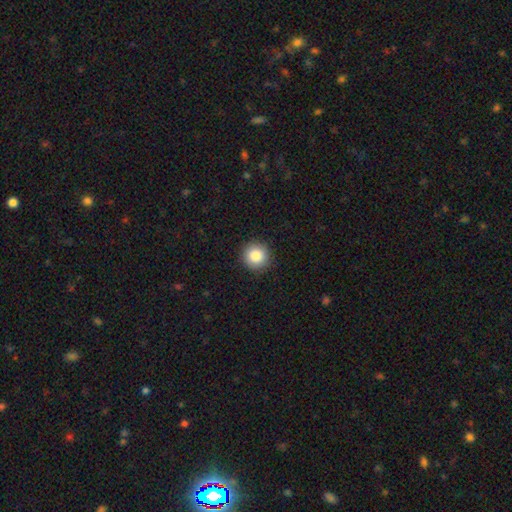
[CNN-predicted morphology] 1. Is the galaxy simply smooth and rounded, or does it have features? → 87% smooth, 9% star or artifact, 5% featured or disk.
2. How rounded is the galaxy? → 95% round, 4% in between, 1% cigar-shaped.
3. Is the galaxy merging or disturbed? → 92% none, 5% minor disturbance, 2% major disturbance, 1% merger.